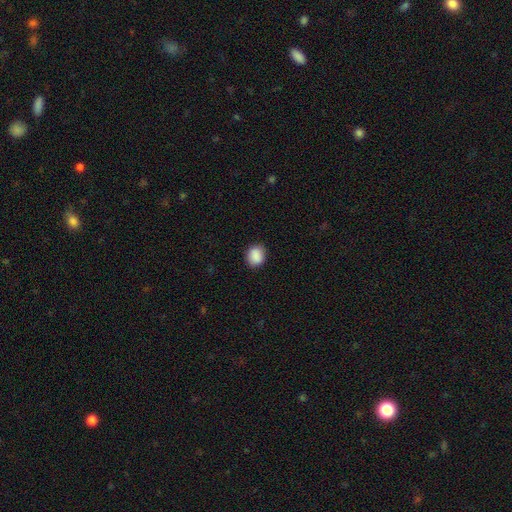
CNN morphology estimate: A smooth galaxy with no disk features (90%) that is round (60%). Merging: none (87%).